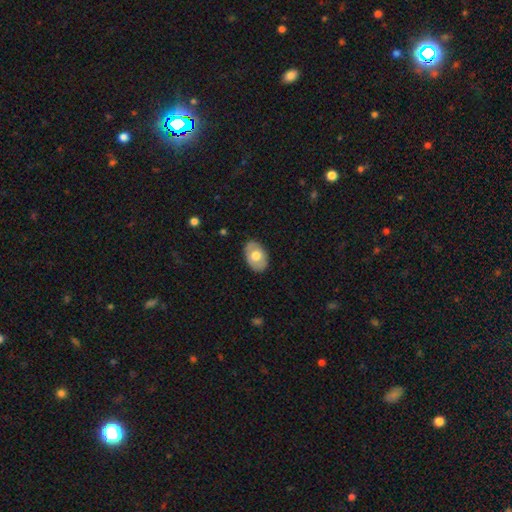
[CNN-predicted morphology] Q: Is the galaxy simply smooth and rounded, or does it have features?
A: smooth — 60%.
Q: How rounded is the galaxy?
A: in between — 84%.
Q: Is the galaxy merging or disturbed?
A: none — 84%.